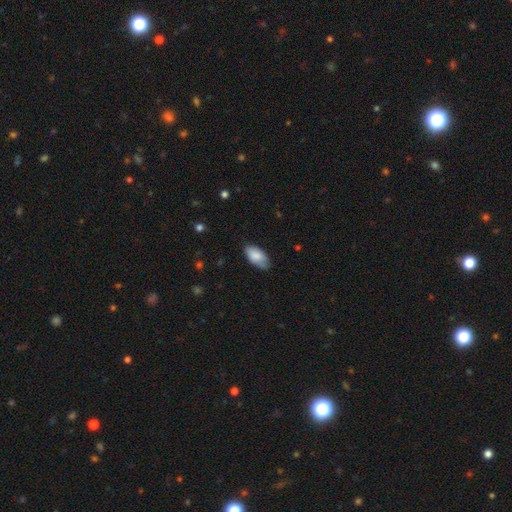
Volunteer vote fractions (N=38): A smooth galaxy with no disk features (89%) that is in between round and cigar-shaped (100%).

Vote fractions:
- Smooth or featured? smooth: 89% / featured or disk: 8% / star or artifact: 3%
- How rounded? in between: 100% / round: 0% / cigar-shaped: 0%
- Merging? none: 86% / minor disturbance: 14% / major disturbance: 0% / merger: 0%